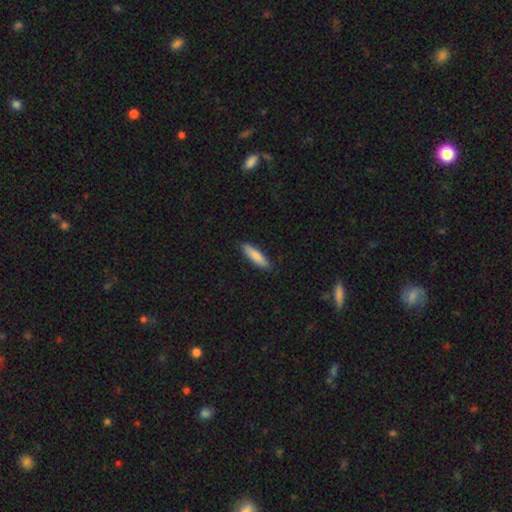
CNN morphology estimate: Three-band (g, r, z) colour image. It shows a smooth galaxy with no disk features (83%) that is cigar-shaped (70%). Merging: none (87%).